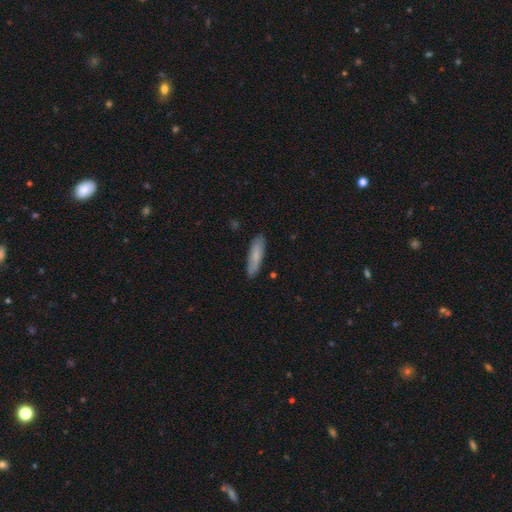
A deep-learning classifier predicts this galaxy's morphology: Overall: smooth (76%). How rounded: cigar-shaped (72%). Merging: none (86%).